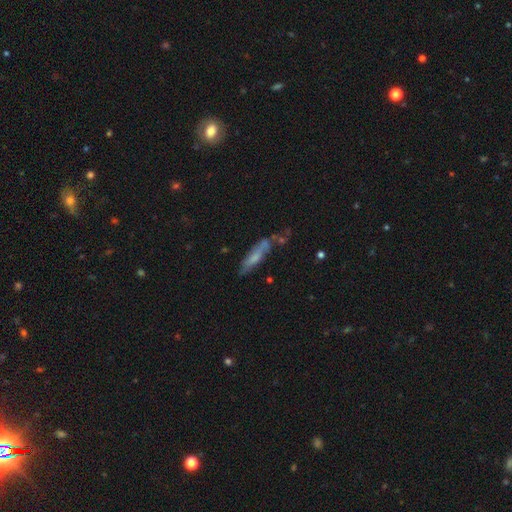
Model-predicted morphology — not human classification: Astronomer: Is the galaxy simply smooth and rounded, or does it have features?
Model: smooth — 48% (runner-up: featured or disk, 43%).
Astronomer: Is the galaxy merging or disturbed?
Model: none — 53%.